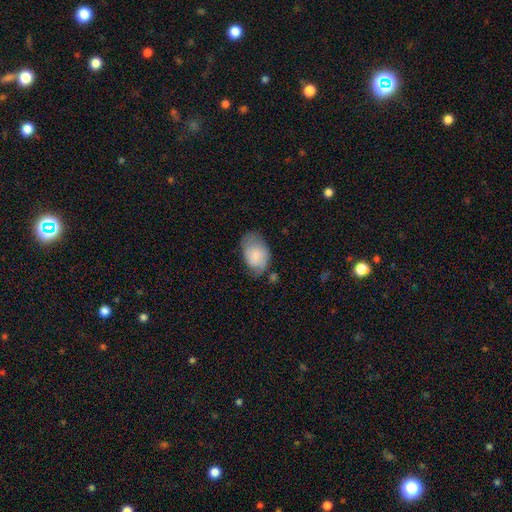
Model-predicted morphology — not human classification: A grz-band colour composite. It shows a smooth galaxy with no disk features (70%) that is in between round and cigar-shaped (88%). Merging: none (51%).